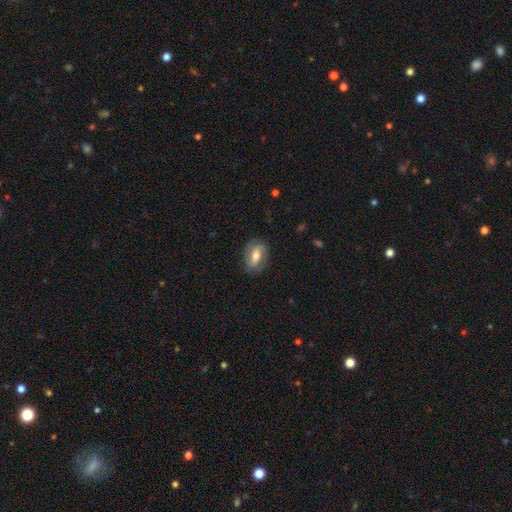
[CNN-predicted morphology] smooth-or-featured: smooth: 57% | featured or disk: 35% | star or artifact: 7%
  how-rounded: in between: 81% | round: 12% | cigar-shaped: 7%
  merging: none: 77% | minor disturbance: 17% | major disturbance: 5% | merger: 1%